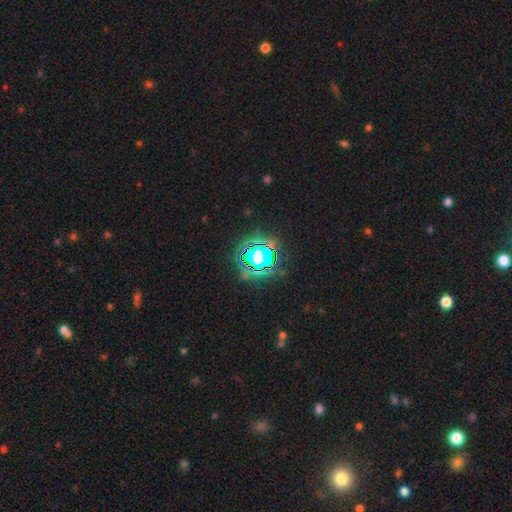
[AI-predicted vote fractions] A star or artifact, not a galaxy (61%).

Vote fractions:
- Smooth or featured? star or artifact: 61% / smooth: 24% / featured or disk: 14%